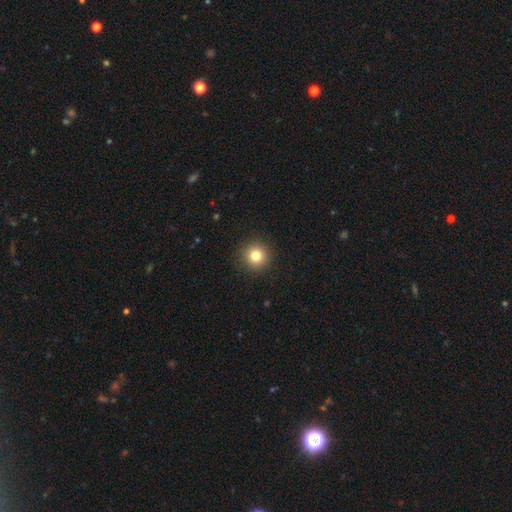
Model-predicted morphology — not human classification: Smooth or featured? Predicted: smooth (p=0.83). How rounded? Predicted: round (p=0.95). Merging? Predicted: none (p=0.92).